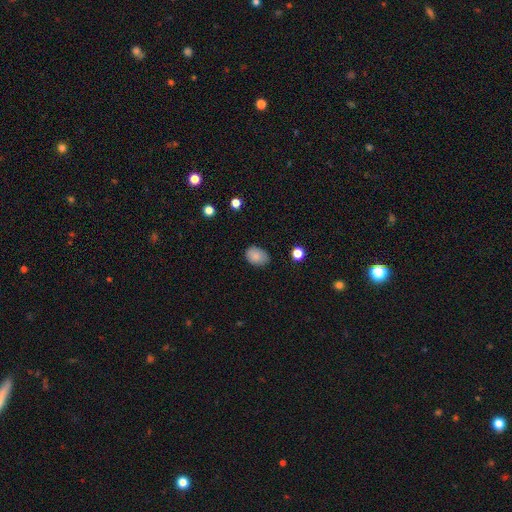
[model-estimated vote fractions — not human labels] Overall: smooth (86%). How rounded: in between (73%). Merging: none (79%).